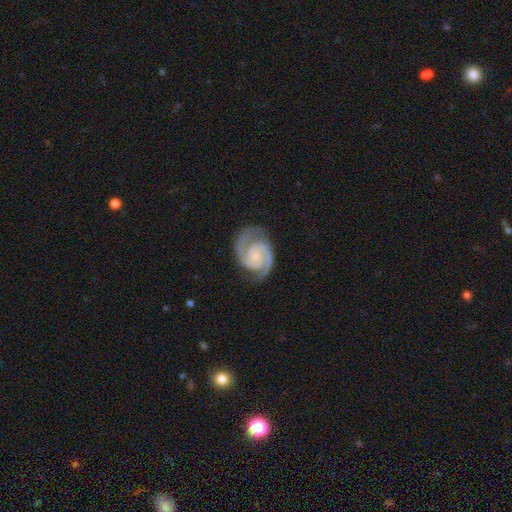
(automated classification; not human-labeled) Smooth or featured?
  - featured or disk: 92% *
  - smooth: 4%
  - star or artifact: 4%
Edge-on disk?
  - no: 98% *
  - yes: 2%
Bar?
  - no: 65% *
  - weak: 27%
  - strong: 7%
Spiral arms?
  - yes: 99% *
  - no: 1%
Spiral winding?
  - tight: 55% *
  - medium: 41%
  - loose: 5%
Spiral arm count?
  - 2: 93% *
  - 3: 2%
  - can't tell: 2%
  - 1: 1%
  - 4: 1%
  - more than 4: 1%
Bulge size?
  - small: 56% *
  - none: 24%
  - moderate: 16%
  - large: 2%
  - dominant: 1%
Merging?
  - none: 80% *
  - minor disturbance: 14%
  - major disturbance: 5%
  - merger: 1%